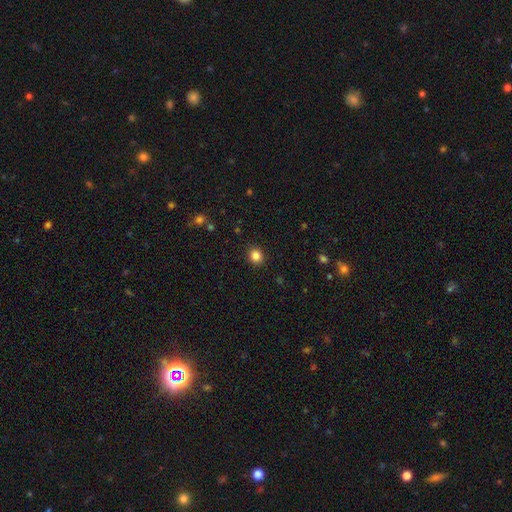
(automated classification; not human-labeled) This appears to be a smooth galaxy with no disk features (84%) that is round (80%). Merging: none (91%).